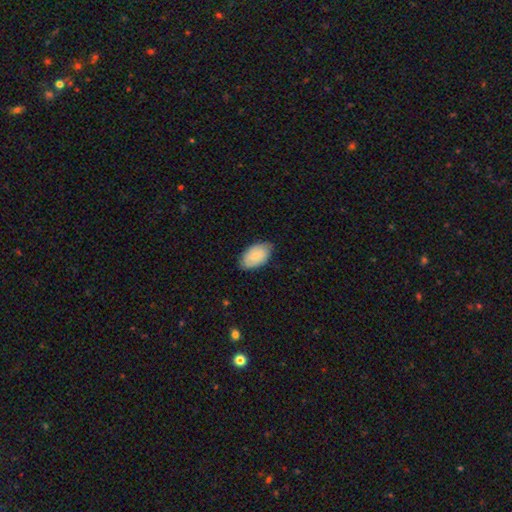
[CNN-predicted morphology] type=smooth (81%); roundness=in between (95%); merging=none (77%).